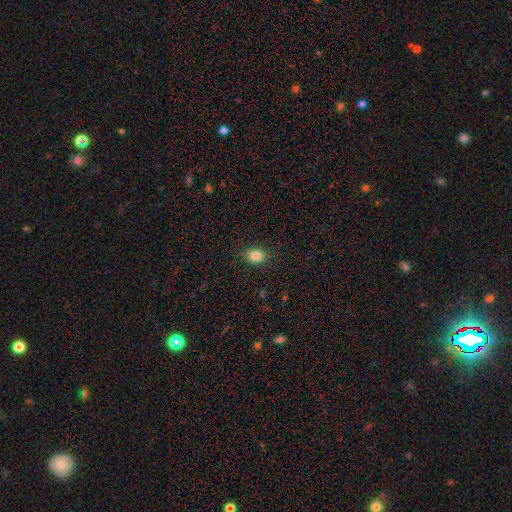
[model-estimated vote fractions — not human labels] Overall: smooth (83%). How rounded: in between (59%; round 40%). Merging: none (88%).